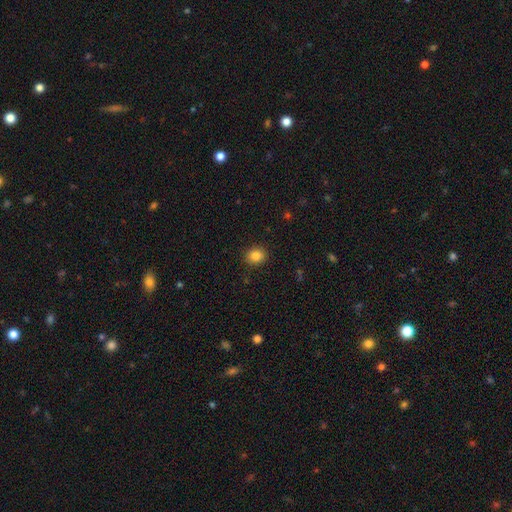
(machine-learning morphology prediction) A smooth galaxy with no disk features (86%) that is round (65%). Merging: none (89%).